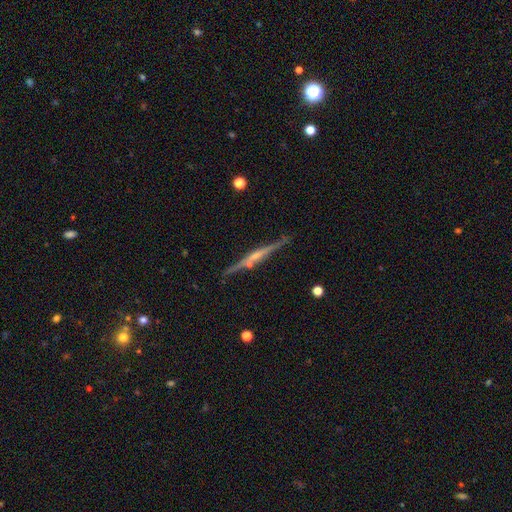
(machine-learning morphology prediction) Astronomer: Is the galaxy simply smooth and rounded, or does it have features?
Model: featured or disk — 78%.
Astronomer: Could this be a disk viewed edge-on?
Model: yes — 98%.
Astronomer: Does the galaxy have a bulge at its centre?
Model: rounded — 55% (runner-up: none, 32%).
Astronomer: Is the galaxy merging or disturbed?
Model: none — 85%.